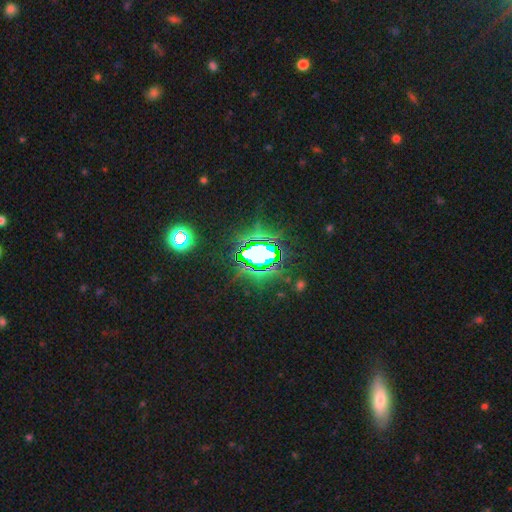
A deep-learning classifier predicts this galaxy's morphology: This appears to be a star or artifact, not a galaxy (77%).